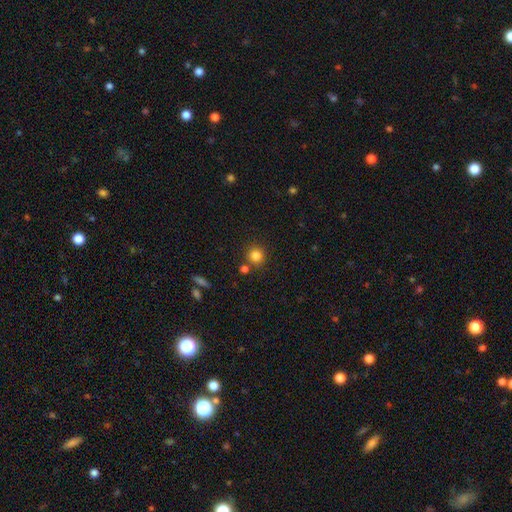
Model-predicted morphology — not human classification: The model was most divided on "merging": none: 79%, merger: 9%, minor disturbance: 9%, major disturbance: 3%. More confident: how rounded — round (91%); smooth or featured — smooth (82%).